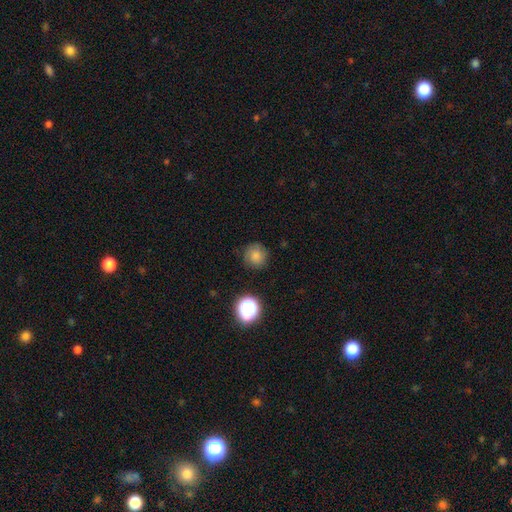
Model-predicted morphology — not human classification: smooth_or_featured: smooth (p=0.75) [alt: star or artifact p=0.15]
how_rounded: round (p=0.92) [alt: in between p=0.07]
merging: none (p=0.82) [alt: minor disturbance p=0.13]